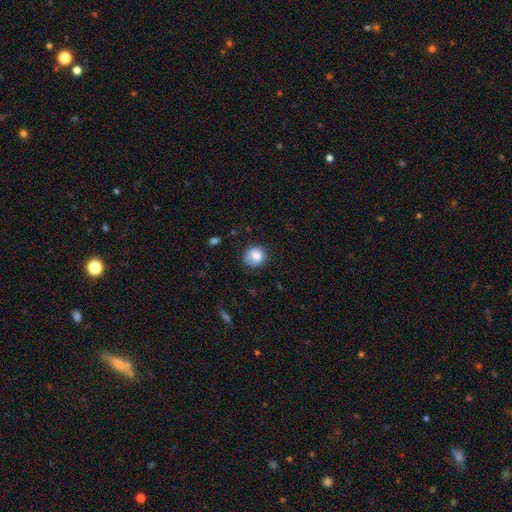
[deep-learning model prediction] smooth-or-featured: smooth: 83% | featured or disk: 9% | star or artifact: 8%
  how-rounded: round: 79% | in between: 20% | cigar-shaped: 1%
  merging: none: 68% | minor disturbance: 24% | major disturbance: 7% | merger: 2%